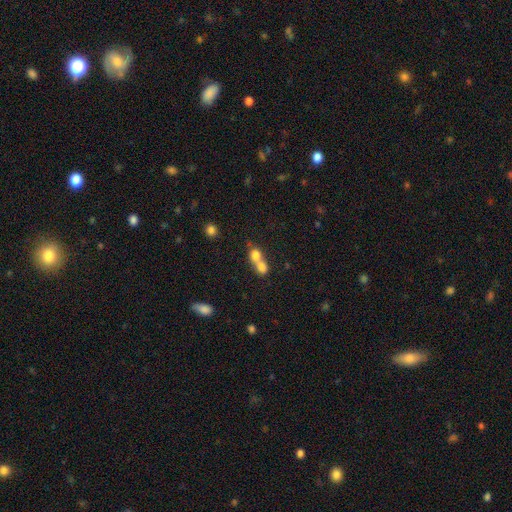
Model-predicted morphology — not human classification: A smooth galaxy with no disk features (74%) that is round (59%). Merging: merger (75%).